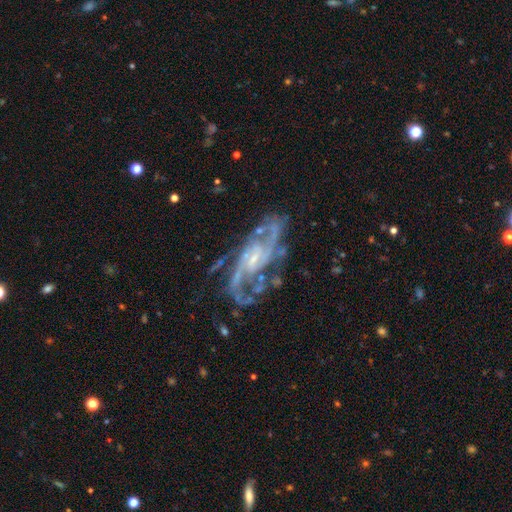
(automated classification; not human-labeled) A featured or disk galaxy (88%) with no bar (51%), 2 (43%) medium (50%) spiral arms (95%) and a small central bulge (67%). Merging: none (65%).